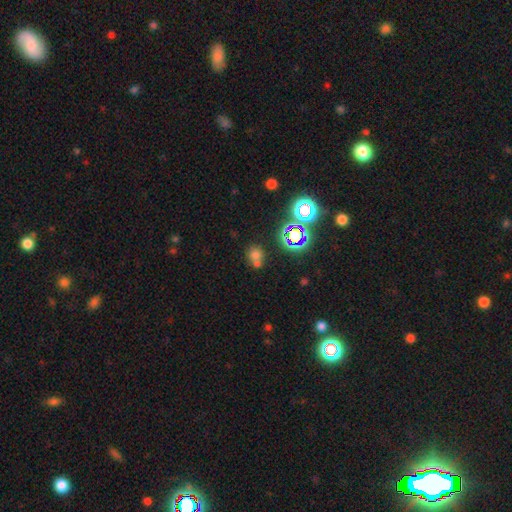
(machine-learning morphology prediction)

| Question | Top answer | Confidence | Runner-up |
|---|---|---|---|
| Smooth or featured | smooth | 60% | star or artifact (28%) |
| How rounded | round | 79% | in between (20%) |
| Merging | none | 50% | merger (38%) |